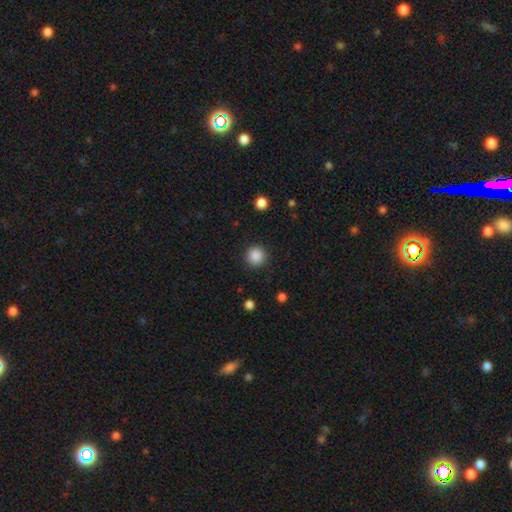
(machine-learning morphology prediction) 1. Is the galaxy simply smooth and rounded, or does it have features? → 88% smooth, 10% star or artifact, 3% featured or disk.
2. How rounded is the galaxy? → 95% round, 4% in between, 1% cigar-shaped.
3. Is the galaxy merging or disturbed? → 91% none, 6% minor disturbance, 2% major disturbance, 1% merger.